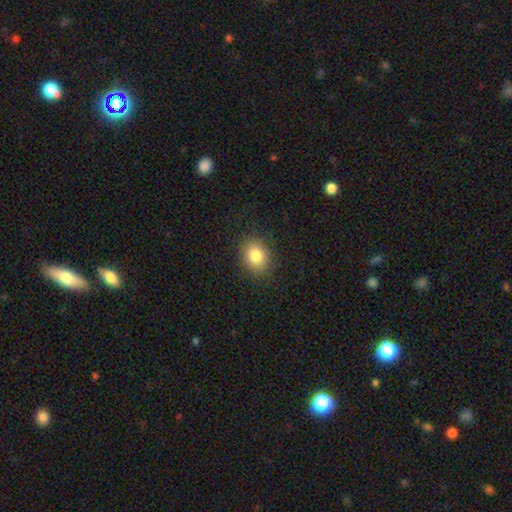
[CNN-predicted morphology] Smooth or featured: smooth — 82% (star or artifact — 10%)
How rounded: in between — 53% (round — 46%)
Merging: none — 87% (minor disturbance — 9%)